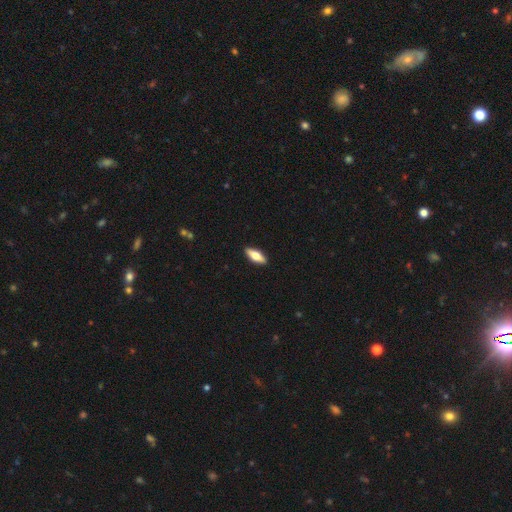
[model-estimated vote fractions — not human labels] Overall: smooth (62%; featured or disk 32%). How rounded: in between (64%; cigar-shaped 33%). Merging: none (91%).